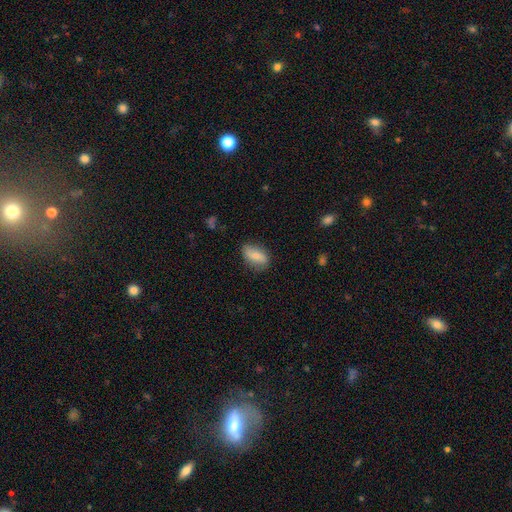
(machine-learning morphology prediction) Smooth or featured: smooth — 70% (featured or disk — 24%)
How rounded: in between — 89% (round — 6%)
Merging: none — 76% (minor disturbance — 19%)